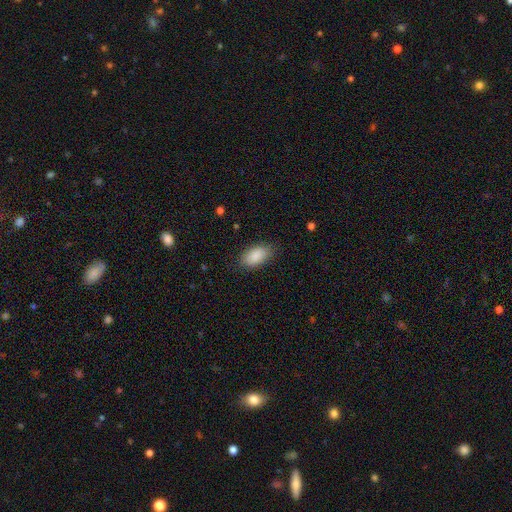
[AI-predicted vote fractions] A smooth galaxy with no disk features (89%) that is in between round and cigar-shaped (93%). Merging: none (83%).